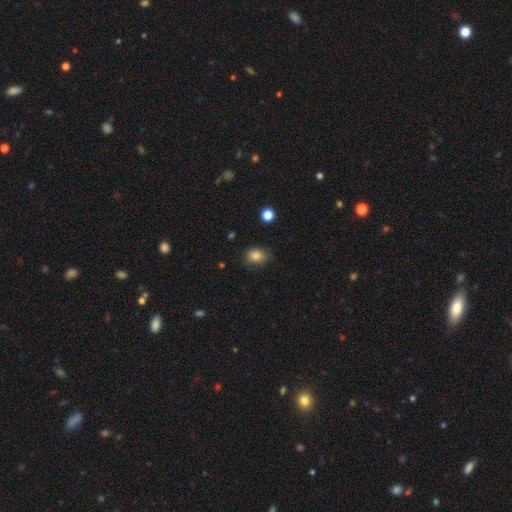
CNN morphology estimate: smooth-or-featured: smooth: 83% | star or artifact: 10% | featured or disk: 6%
  how-rounded: round: 53% | in between: 46% | cigar-shaped: 1%
  merging: none: 76% | minor disturbance: 18% | major disturbance: 4% | merger: 1%